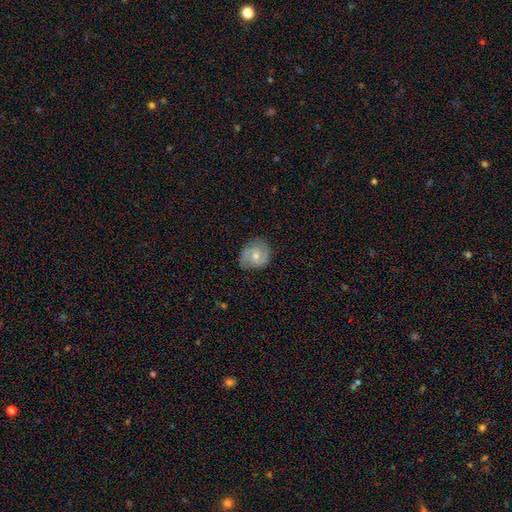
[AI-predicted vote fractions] Morphology: type=featured or disk (52%); edge-on=no (97%); bar=no (62%); spiral arms=yes (85%); bulge=moderate (57%); merging=none (71%).